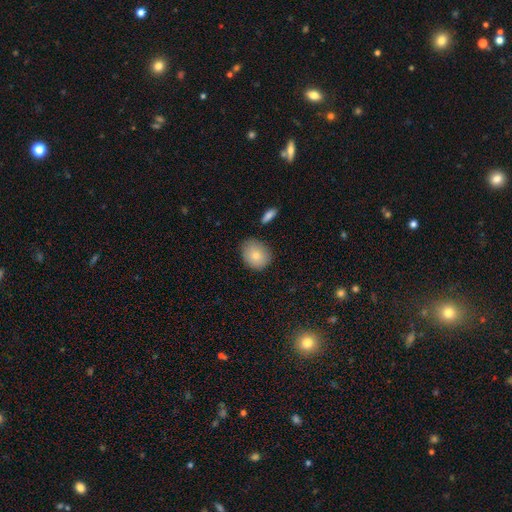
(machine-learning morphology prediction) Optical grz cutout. It shows a smooth galaxy with no disk features (80%) that is round (63%). Merging: none (80%).